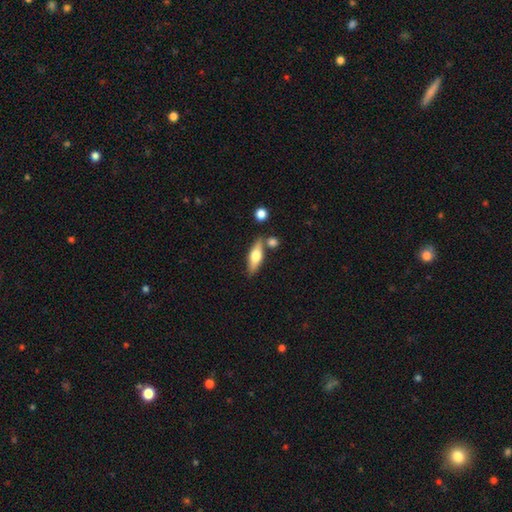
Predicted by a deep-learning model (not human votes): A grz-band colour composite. It shows a smooth galaxy with no disk features (52%) that is in between round and cigar-shaped (54%). Merging: none (72%).